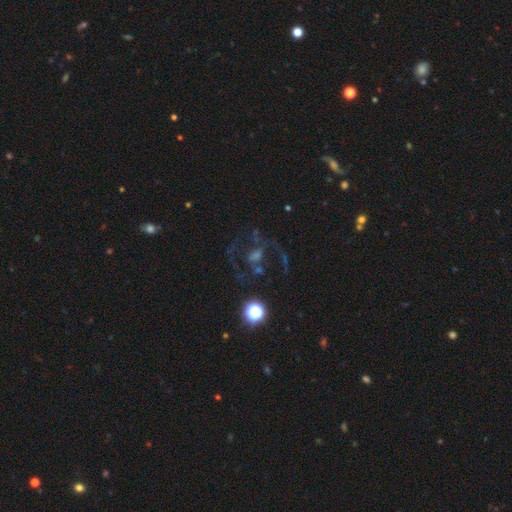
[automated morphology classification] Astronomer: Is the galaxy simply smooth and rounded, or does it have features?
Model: featured or disk — 51% (runner-up: star or artifact, 30%).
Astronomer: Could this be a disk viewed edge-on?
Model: no — 96%.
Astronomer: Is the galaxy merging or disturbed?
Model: none — 52%.